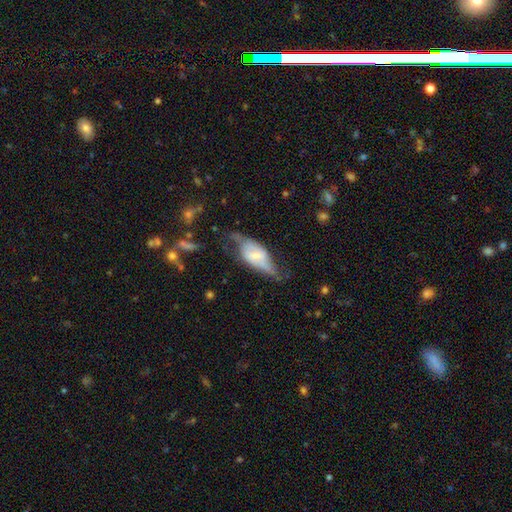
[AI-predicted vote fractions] featured or disk 63%, smooth 30%, star or artifact 7%. Down the decision tree: edge-on disk — no (73%); merging — none (41%).